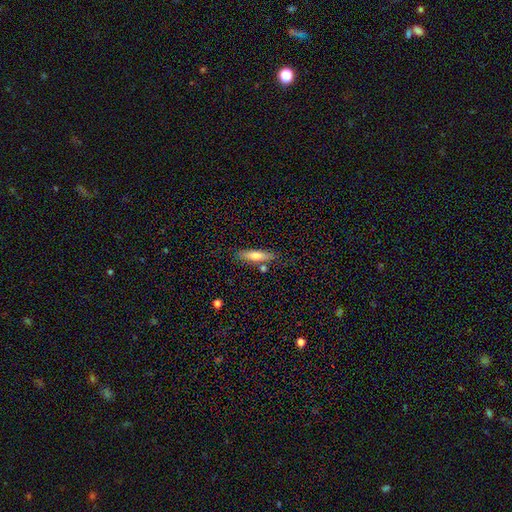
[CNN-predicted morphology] This is likely a smooth galaxy (66%). How rounded: likely cigar-shaped (67%). Merging: likely none (77%).